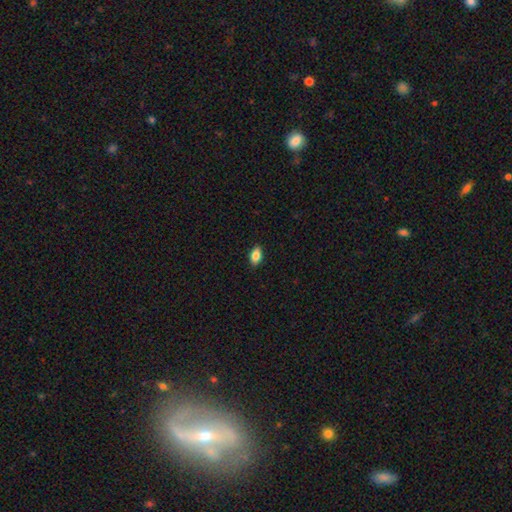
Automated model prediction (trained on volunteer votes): This is clearly a smooth galaxy (84%). How rounded: clearly in between (90%). Merging: clearly none (90%).